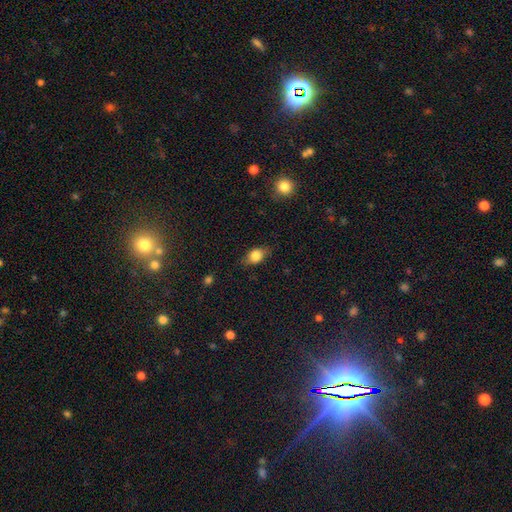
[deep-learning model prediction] Morphology: type=smooth (78%); roundness=in between (72%); merging=none (76%).